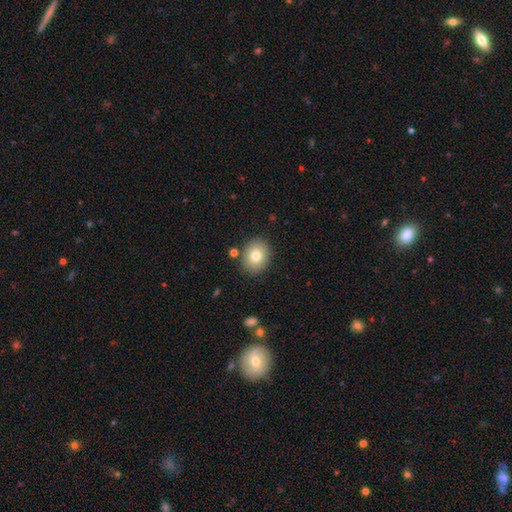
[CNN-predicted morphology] The model was most divided on "how rounded": round: 53%, in between: 46%, cigar-shaped: 1%. More confident: merging — none (85%); smooth or featured — smooth (80%).